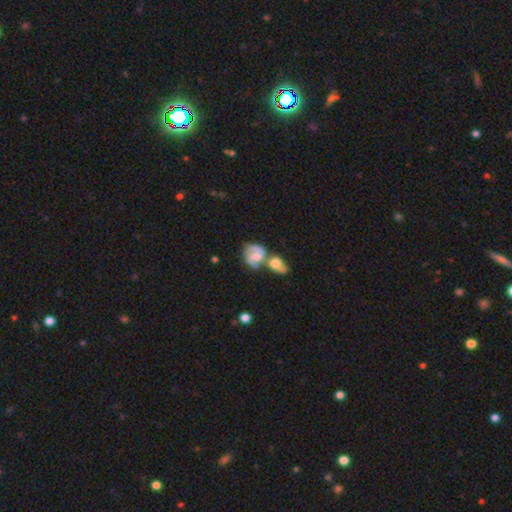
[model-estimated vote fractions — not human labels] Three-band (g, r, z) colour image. It shows a featured or disk galaxy (72%) with no bar (53%), 2 (79%) medium (49%) spiral arms (91%) and a moderate central bulge (49%). Merging: merger (58%).